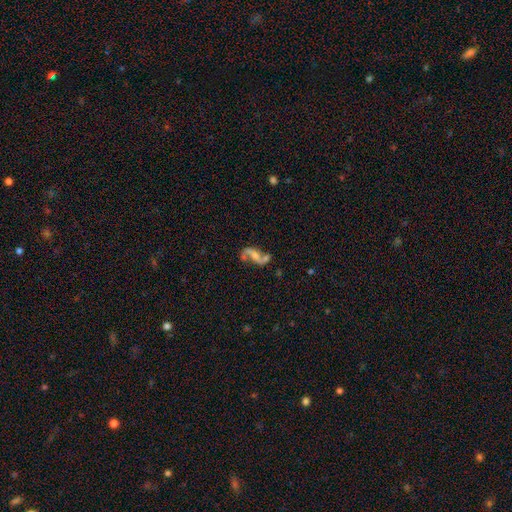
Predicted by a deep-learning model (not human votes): A featured or disk galaxy (82%) with no bar (44%), 2 (91%) loose (83%) spiral arms (93%) and a moderate central bulge (36%).

Vote fractions:
- Smooth or featured? featured or disk: 82% / smooth: 11% / star or artifact: 7%
- Edge-on disk? no: 95% / yes: 5%
- Bar? no: 44% / weak: 36% / strong: 20%
- Spiral arms? yes: 93% / no: 7%
- Spiral winding? loose: 83% / medium: 13% / tight: 4%
- Spiral arm count? 2: 91% / 1: 5% / can't tell: 2% / 3: 1% / 4: 1% / more than 4: 1%
- Bulge size? moderate: 36% / small: 35% / none: 21% / large: 7% / dominant: 2%
- Merging? none: 55% / minor disturbance: 17% / merger: 15% / major disturbance: 12%